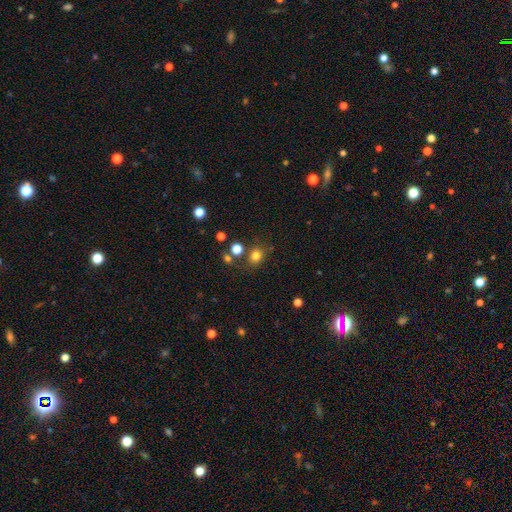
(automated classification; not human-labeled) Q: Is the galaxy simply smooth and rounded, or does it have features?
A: smooth — 78%.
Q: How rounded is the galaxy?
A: round — 65%.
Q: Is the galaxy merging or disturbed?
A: none — 73%.